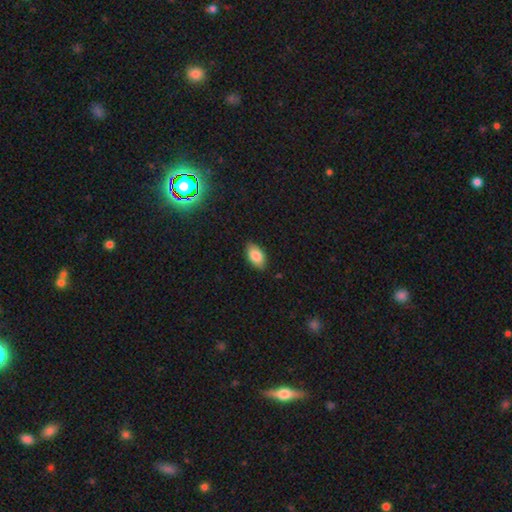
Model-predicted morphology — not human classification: Smooth or featured: smooth — 83% (featured or disk — 9%)
How rounded: in between — 93% (round — 4%)
Merging: none — 85% (minor disturbance — 12%)